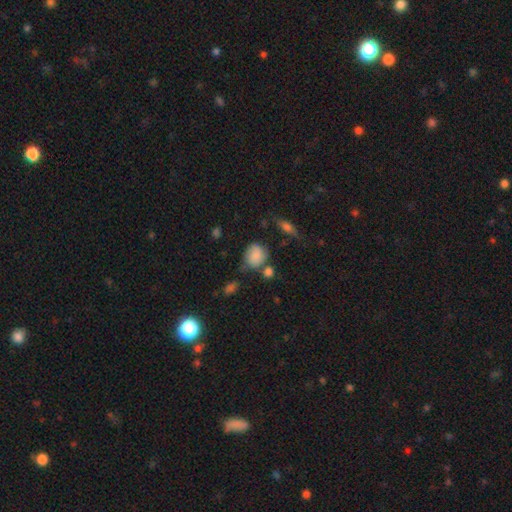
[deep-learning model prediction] This is likely a smooth galaxy (79%). How rounded: likely round (61%). Merging: possibly none (50%).